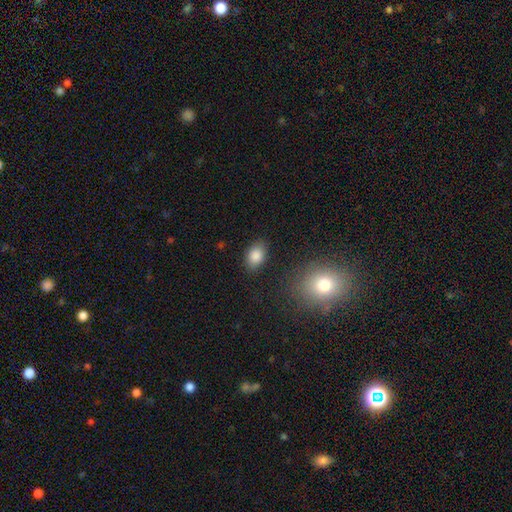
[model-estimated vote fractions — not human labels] Overall: smooth (86%). How rounded: in between (83%). Merging: none (83%).